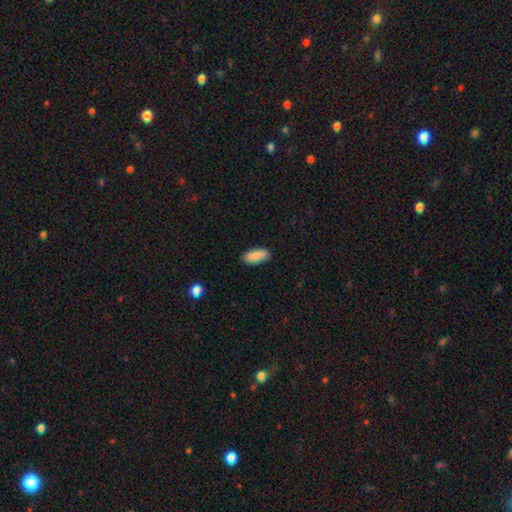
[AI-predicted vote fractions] Q: Smooth or featured?
A: smooth (87%); runner-up: featured or disk (7%)
Q: How rounded?
A: in between (84%); runner-up: cigar-shaped (14%)
Q: Merging?
A: none (86%); runner-up: minor disturbance (11%)